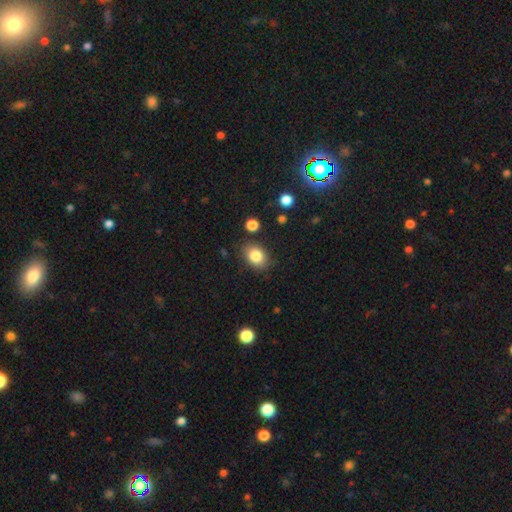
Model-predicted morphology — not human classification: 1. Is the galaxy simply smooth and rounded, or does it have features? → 83% smooth, 9% star or artifact, 8% featured or disk.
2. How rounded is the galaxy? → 70% in between, 29% round, 1% cigar-shaped.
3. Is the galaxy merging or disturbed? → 83% none, 12% minor disturbance, 3% major disturbance, 2% merger.